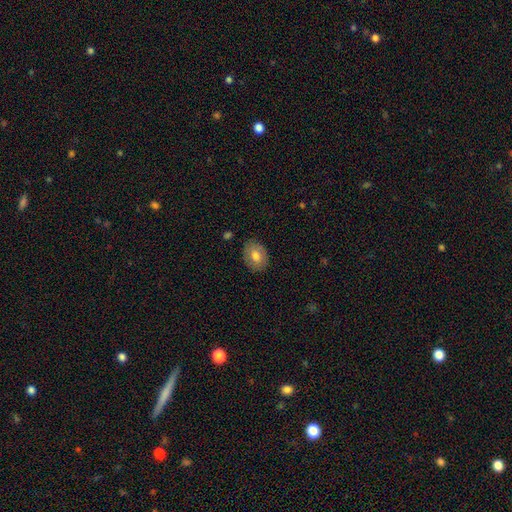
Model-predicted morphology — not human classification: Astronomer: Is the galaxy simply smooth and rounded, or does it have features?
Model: smooth — 72%.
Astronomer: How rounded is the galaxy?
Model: in between — 69%.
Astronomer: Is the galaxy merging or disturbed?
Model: none — 85%.